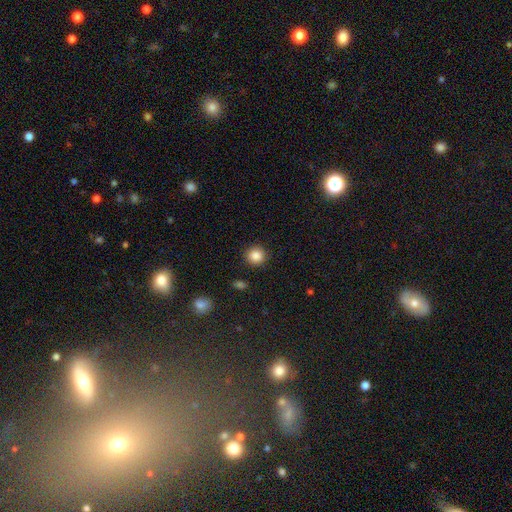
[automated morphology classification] smooth-or-featured: smooth: 86% | star or artifact: 10% | featured or disk: 4%
  how-rounded: round: 93% | in between: 6% | cigar-shaped: 1%
  merging: none: 91% | minor disturbance: 6% | major disturbance: 2% | merger: 1%